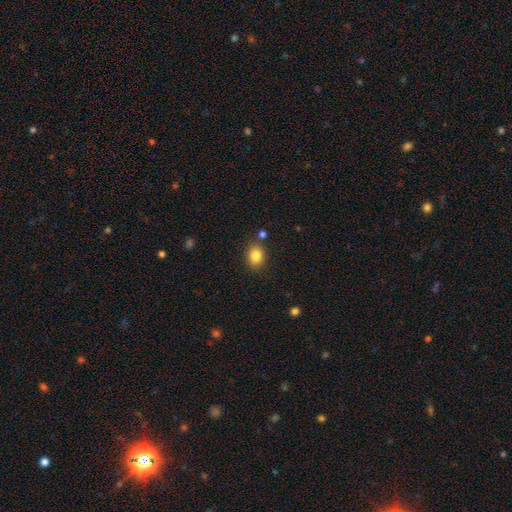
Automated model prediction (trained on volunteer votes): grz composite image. It shows a smooth galaxy with no disk features (84%) that is in between round and cigar-shaped (53%). Merging: none (82%).